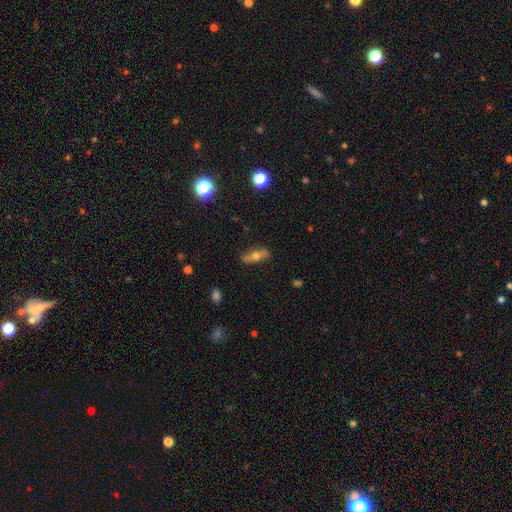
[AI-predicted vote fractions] featured or disk 48%, smooth 43%, star or artifact 9%. Down the decision tree: merging — none (83%).